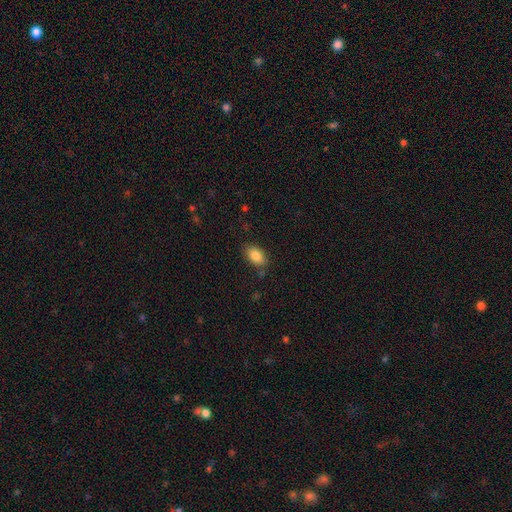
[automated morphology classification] The model was most divided on "merging": none: 81%, minor disturbance: 14%, major disturbance: 3%, merger: 3%. More confident: how rounded — in between (91%); smooth or featured — smooth (86%).